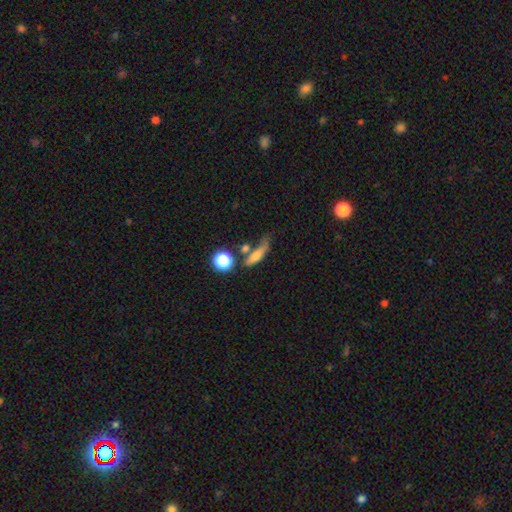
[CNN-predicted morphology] Smooth or featured? smooth (66%)
How rounded? cigar-shaped (49%)
Merging? none (46%)